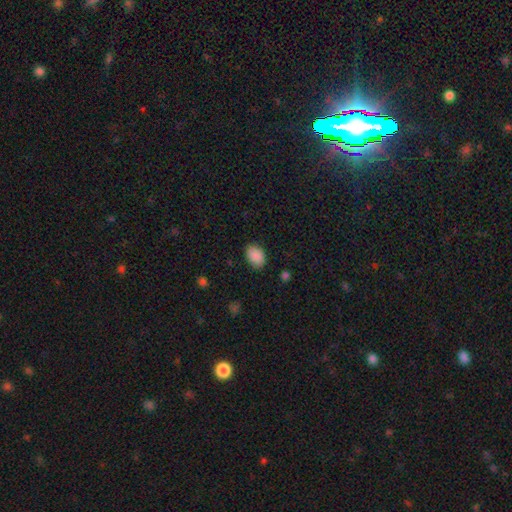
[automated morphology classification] type=smooth (89%); roundness=in between (80%); merging=none (83%).